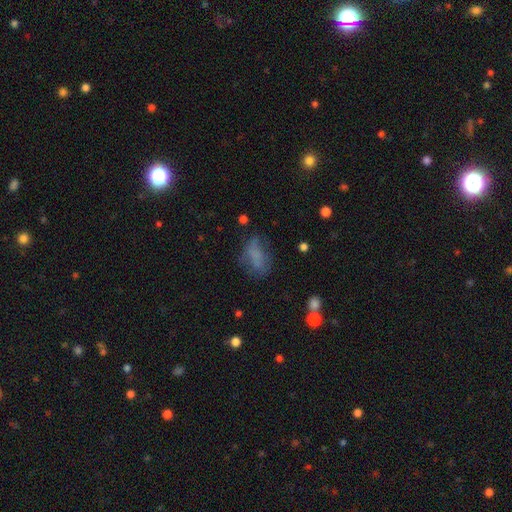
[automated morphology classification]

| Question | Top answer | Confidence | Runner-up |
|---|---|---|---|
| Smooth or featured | smooth | 62% | featured or disk (23%) |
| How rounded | in between | 81% | round (10%) |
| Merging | none | 48% | minor disturbance (26%) |